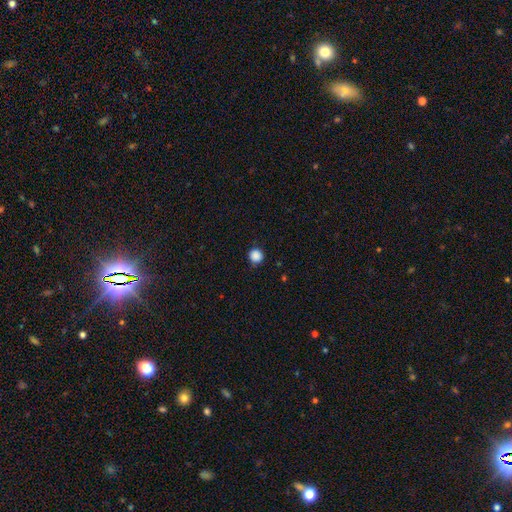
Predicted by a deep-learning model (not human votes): The model was most divided on "smooth or featured": smooth: 87%, star or artifact: 10%, featured or disk: 3%. More confident: how rounded — round (94%); merging — none (88%).